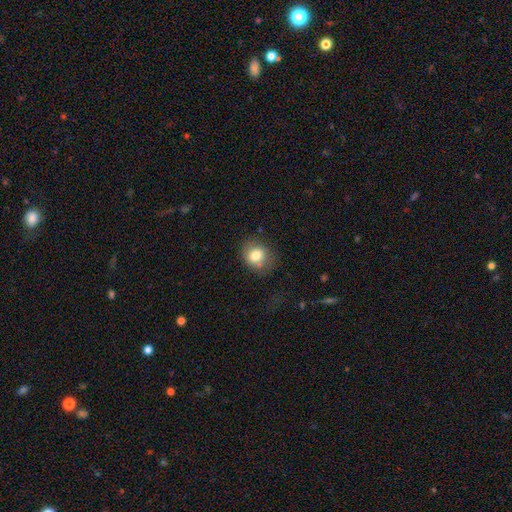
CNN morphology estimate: Q: Smooth or featured?
A: smooth (79%); runner-up: featured or disk (11%)
Q: How rounded?
A: round (69%); runner-up: in between (30%)
Q: Merging?
A: none (68%); runner-up: minor disturbance (21%)